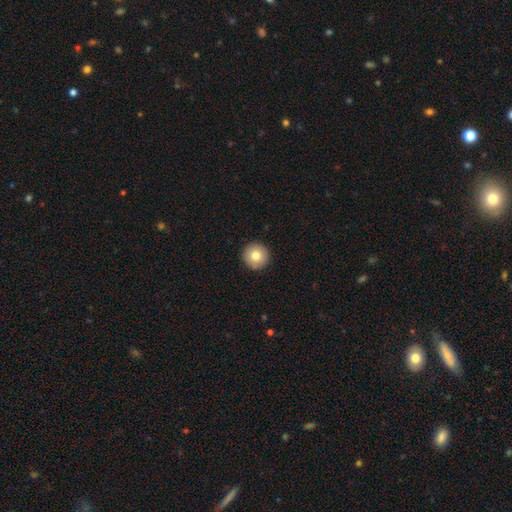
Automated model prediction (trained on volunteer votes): This appears to be a smooth galaxy with no disk features (79%) that is round (97%). Merging: none (93%).